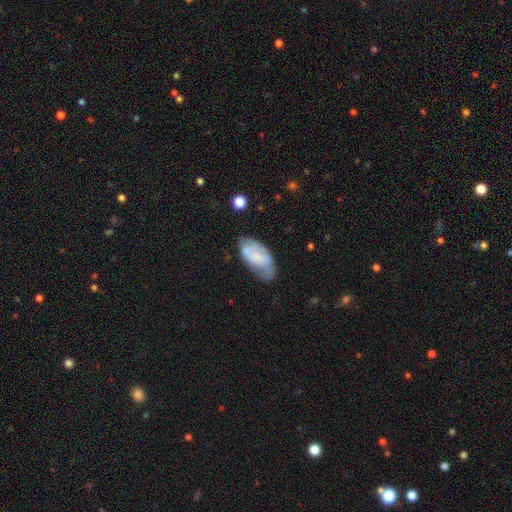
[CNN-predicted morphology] smooth 57%, featured or disk 36%, star or artifact 7%. Down the decision tree: how rounded — in between (93%); merging — none (45%).